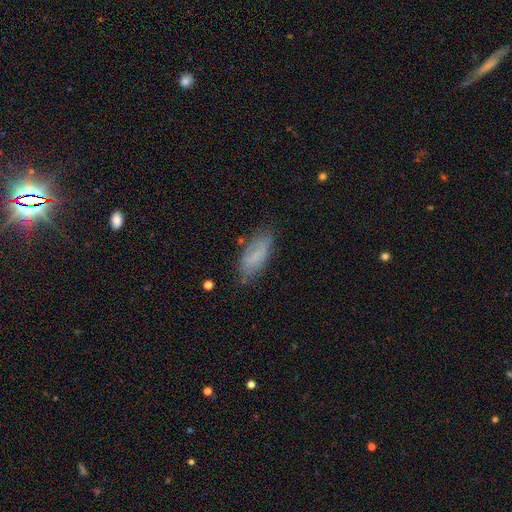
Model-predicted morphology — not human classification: smooth 66%, featured or disk 25%, star or artifact 9%. Down the decision tree: how rounded — in between (80%); merging — none (66%).